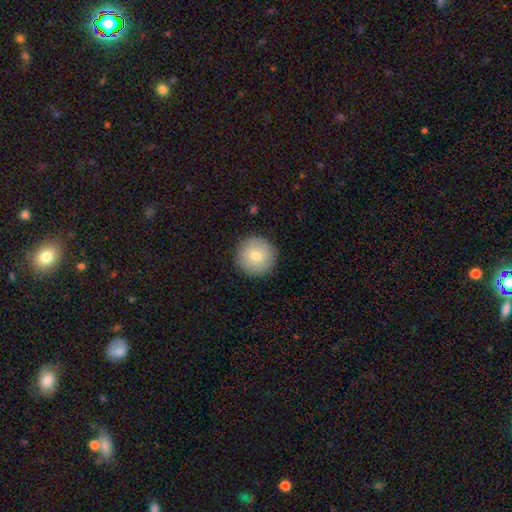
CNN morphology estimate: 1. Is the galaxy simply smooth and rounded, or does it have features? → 78% smooth, 15% featured or disk, 8% star or artifact.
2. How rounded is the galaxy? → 96% round, 3% in between, 1% cigar-shaped.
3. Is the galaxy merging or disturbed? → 91% none, 6% minor disturbance, 2% major disturbance, 1% merger.